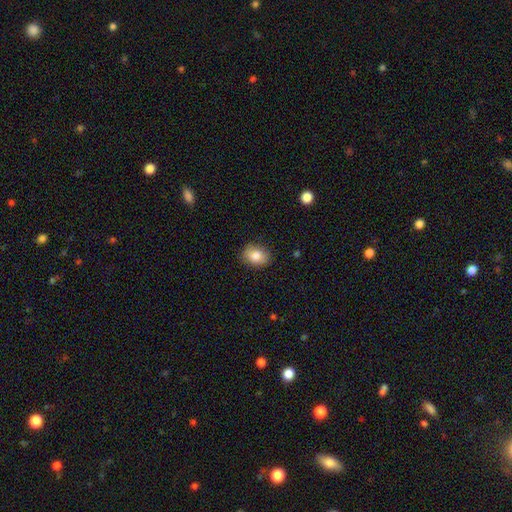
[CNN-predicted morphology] smooth 82%, featured or disk 9%, star or artifact 8%. Down the decision tree: how rounded — in between (58%); merging — none (84%).